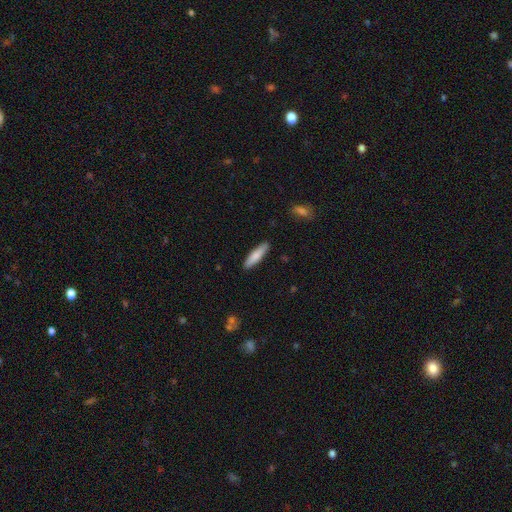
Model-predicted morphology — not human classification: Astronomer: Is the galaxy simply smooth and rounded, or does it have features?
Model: smooth — 80%.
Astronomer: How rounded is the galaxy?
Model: cigar-shaped — 77%.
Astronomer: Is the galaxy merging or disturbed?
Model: none — 89%.